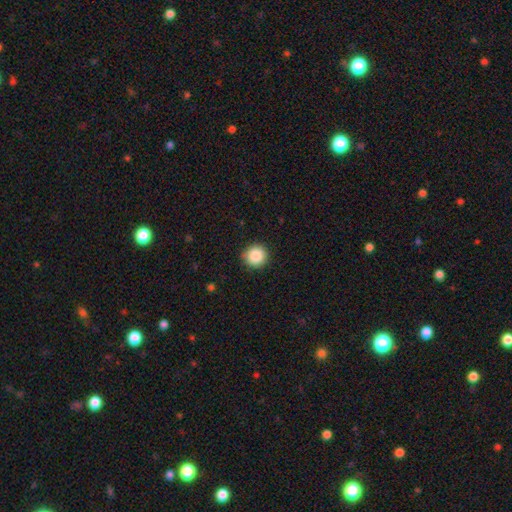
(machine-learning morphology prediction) This appears to be a smooth galaxy with no disk features (87%) that is round (95%). Merging: none (90%).